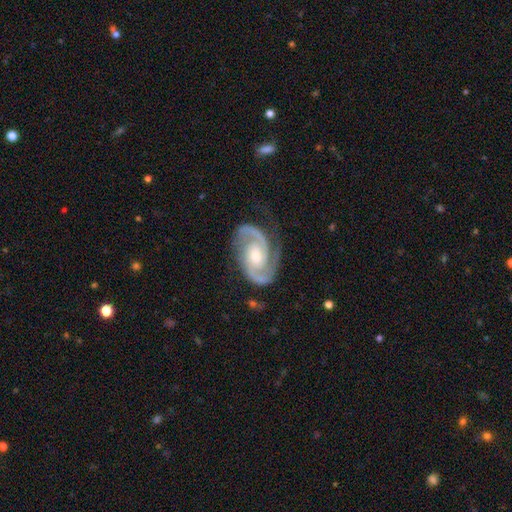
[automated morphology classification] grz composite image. It shows a featured or disk galaxy (93%) with no bar (58%), 2 (92%) medium (50%) spiral arms (99%) and a moderate central bulge (63%). Merging: none (78%).